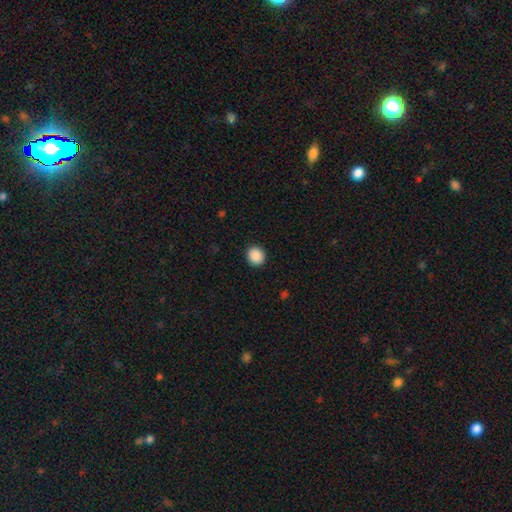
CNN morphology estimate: Smooth or featured? smooth (89%)
How rounded? round (83%)
Merging? none (92%)